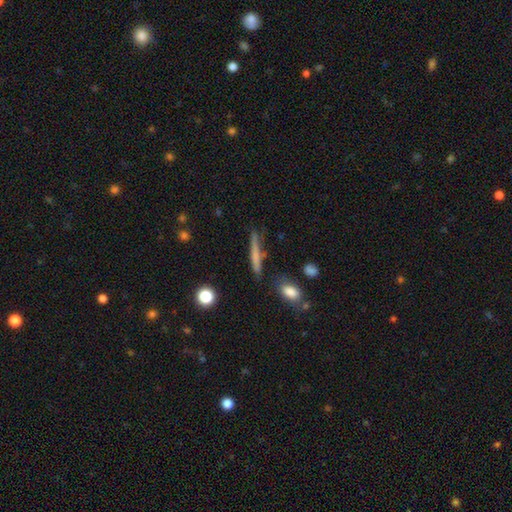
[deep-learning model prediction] Q: Smooth or featured?
A: smooth (62%); runner-up: featured or disk (30%)
Q: How rounded?
A: cigar-shaped (92%); runner-up: in between (6%)
Q: Merging?
A: none (75%); runner-up: minor disturbance (16%)